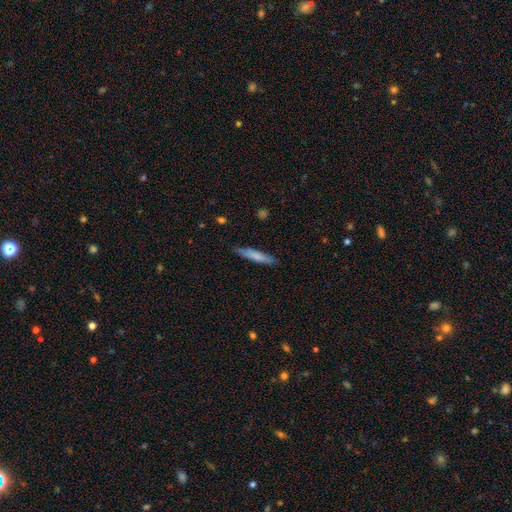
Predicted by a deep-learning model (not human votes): Overall: smooth (71%). How rounded: cigar-shaped (90%). Merging: none (83%).